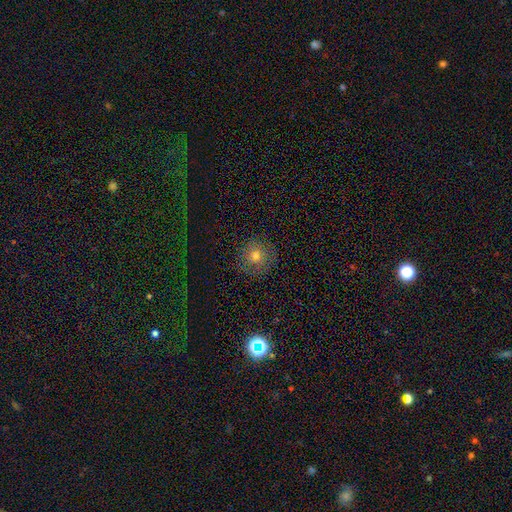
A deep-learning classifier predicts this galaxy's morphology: A smooth galaxy with no disk features (68%) that is round (93%).

Vote fractions:
- Smooth or featured? smooth: 68% / featured or disk: 16% / star or artifact: 16%
- How rounded? round: 93% / in between: 6% / cigar-shaped: 1%
- Merging? none: 85% / minor disturbance: 10% / major disturbance: 4% / merger: 1%